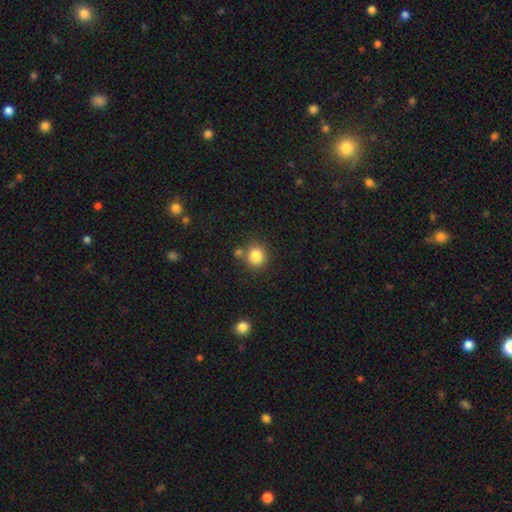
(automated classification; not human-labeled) Smooth or featured? smooth (84%)
How rounded? round (86%)
Merging? none (74%)